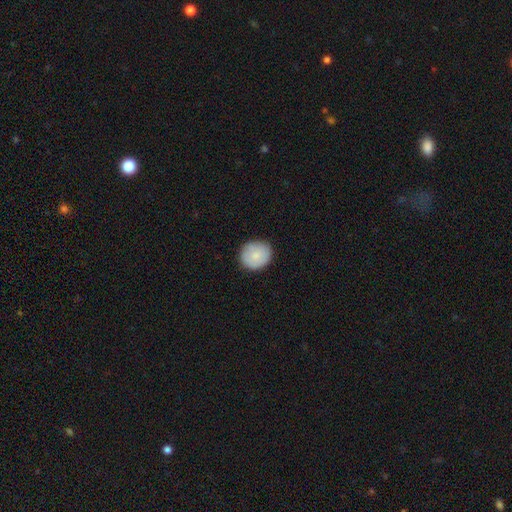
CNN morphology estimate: This is clearly a smooth galaxy (83%). How rounded: clearly round (85%). Merging: clearly none (86%).